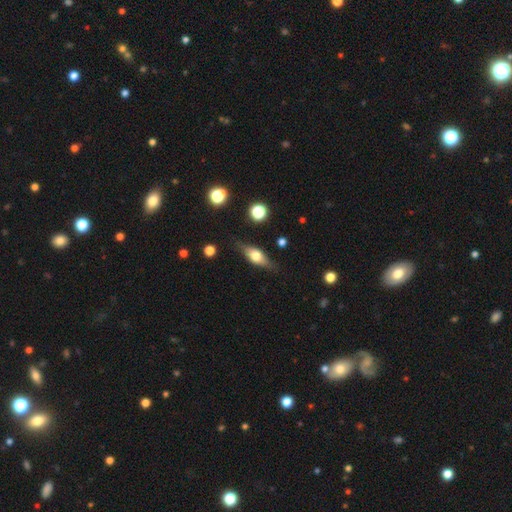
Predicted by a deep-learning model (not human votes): This is possibly a smooth galaxy (51%). How rounded: likely in between (64%). Merging: likely none (79%).